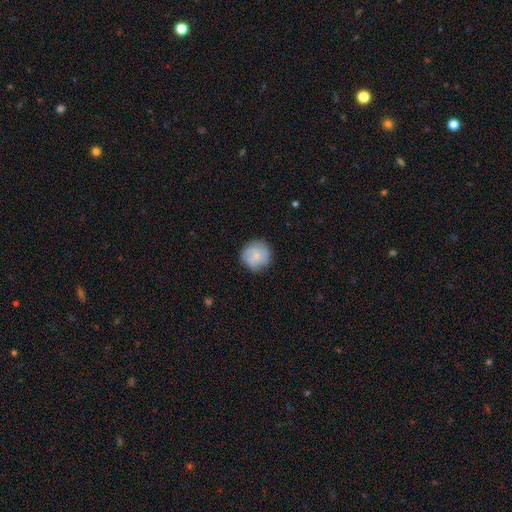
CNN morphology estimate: Smooth or featured? smooth (53%)
How rounded? round (92%)
Merging? none (79%)